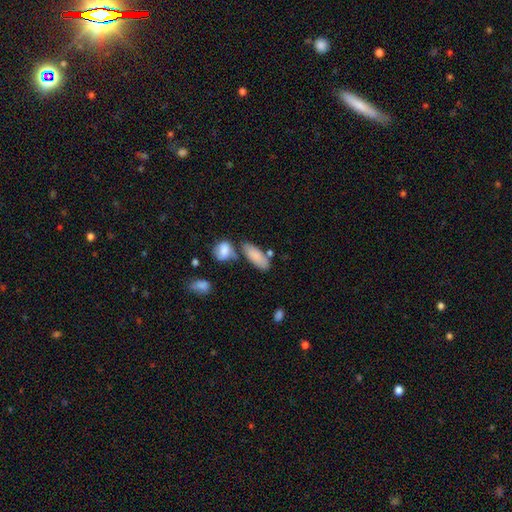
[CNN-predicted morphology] The model was most divided on "merging": none: 61%, merger: 18%, minor disturbance: 16%, major disturbance: 5%. More confident: smooth or featured — smooth (84%); how rounded — in between (78%).